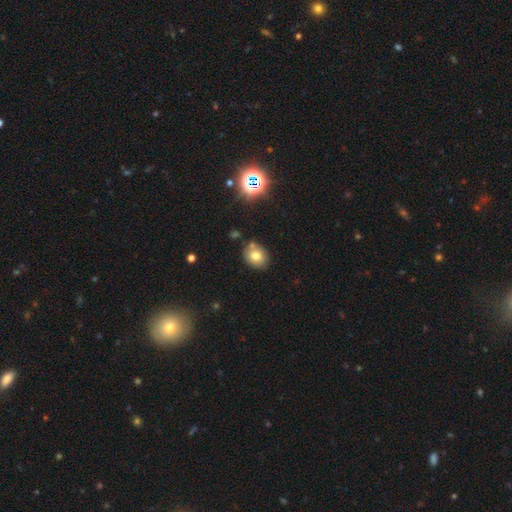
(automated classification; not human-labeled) This appears to be a smooth galaxy with no disk features (73%) that is round (54%). Merging: none (71%).